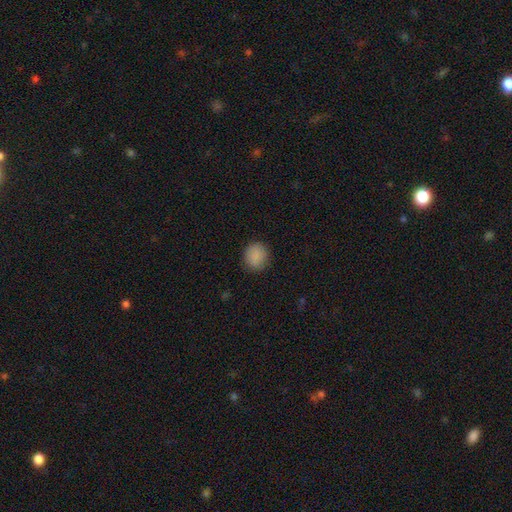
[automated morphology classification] This is clearly a smooth galaxy (87%). How rounded: likely round (79%). Merging: clearly none (86%).